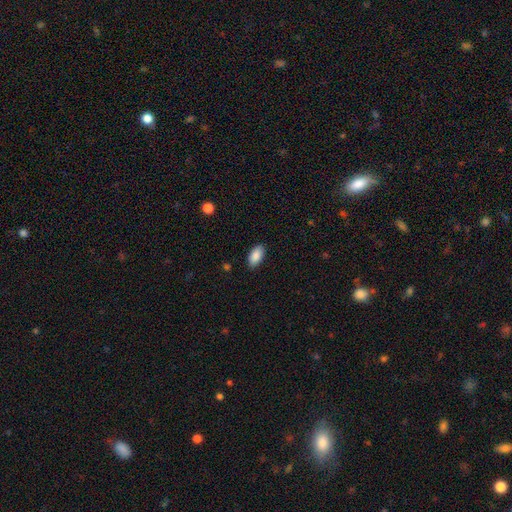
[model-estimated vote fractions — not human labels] smooth_or_featured: smooth (p=0.89) [alt: star or artifact p=0.07]
how_rounded: in between (p=0.94) [alt: cigar-shaped p=0.04]
merging: none (p=0.88) [alt: minor disturbance p=0.09]